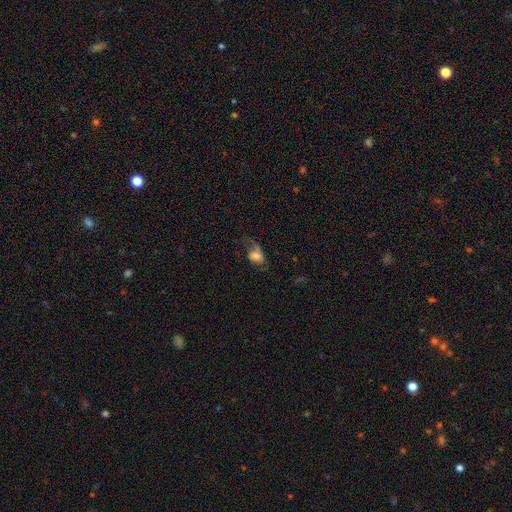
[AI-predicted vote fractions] Smooth or featured?
  - smooth: 49% *
  - featured or disk: 42%
  - star or artifact: 10%
Merging?
  - none: 39% *
  - major disturbance: 35%
  - minor disturbance: 24%
  - merger: 2%